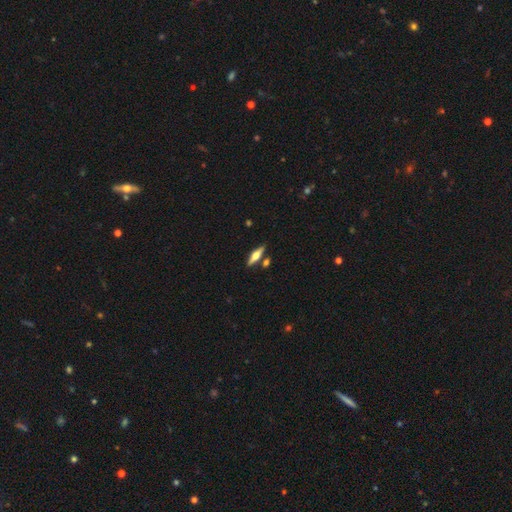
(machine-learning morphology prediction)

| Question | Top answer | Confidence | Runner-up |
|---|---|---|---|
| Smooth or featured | featured or disk | 58% | smooth (36%) |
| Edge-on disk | yes | 95% | no (5%) |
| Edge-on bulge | rounded | 93% | boxy (5%) |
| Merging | none | 83% | minor disturbance (8%) |